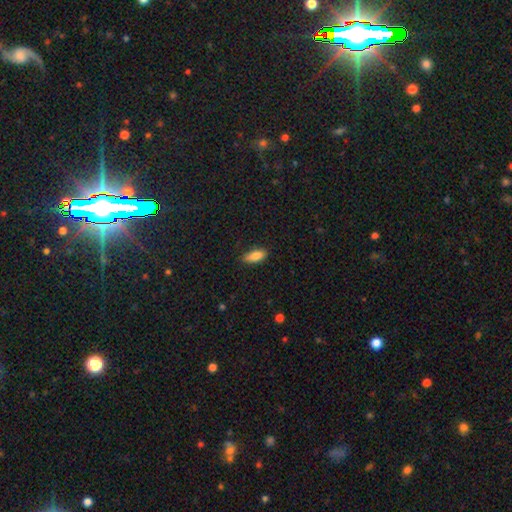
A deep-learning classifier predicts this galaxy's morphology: Q: Smooth or featured?
A: smooth (83%); runner-up: featured or disk (10%)
Q: How rounded?
A: in between (79%); runner-up: cigar-shaped (18%)
Q: Merging?
A: none (81%); runner-up: minor disturbance (15%)